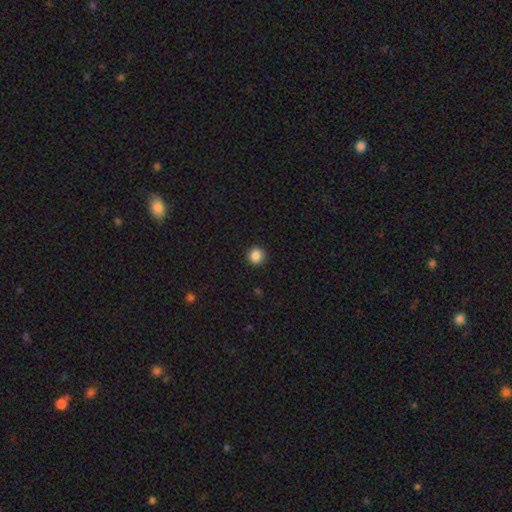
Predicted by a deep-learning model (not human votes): Smooth or featured?
  - smooth: 86% *
  - star or artifact: 10%
  - featured or disk: 3%
How rounded?
  - round: 93% *
  - in between: 6%
  - cigar-shaped: 1%
Merging?
  - none: 92% *
  - minor disturbance: 6%
  - major disturbance: 2%
  - merger: 1%